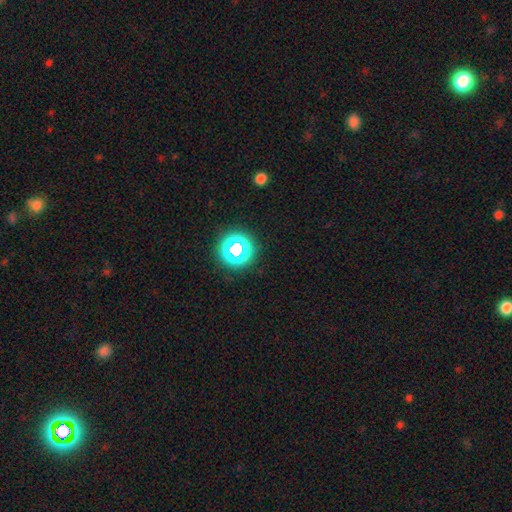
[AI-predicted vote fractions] A star or artifact, not a galaxy (65%).